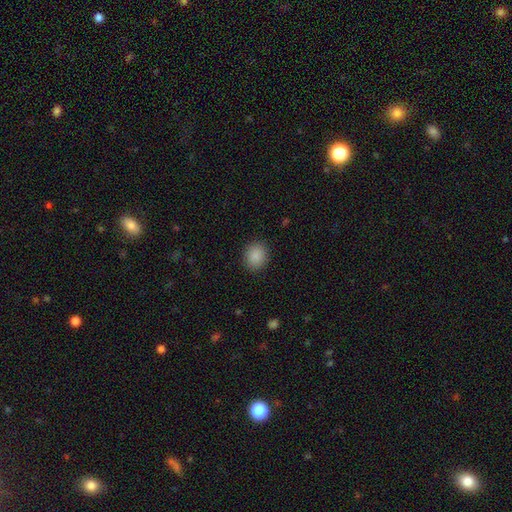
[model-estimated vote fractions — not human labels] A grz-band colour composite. It shows a smooth galaxy with no disk features (89%) that is round (66%). Merging: none (89%).